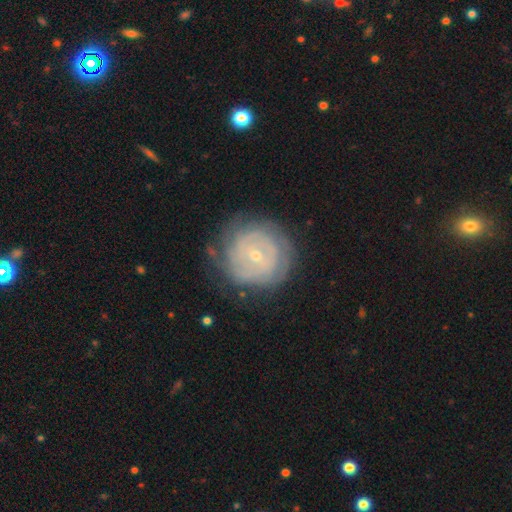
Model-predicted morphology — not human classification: This appears to be a featured or disk galaxy (73%) with no bar (74%), tight (80%) spiral arms (78%) and a small central bulge (70%). Merging: none (75%).